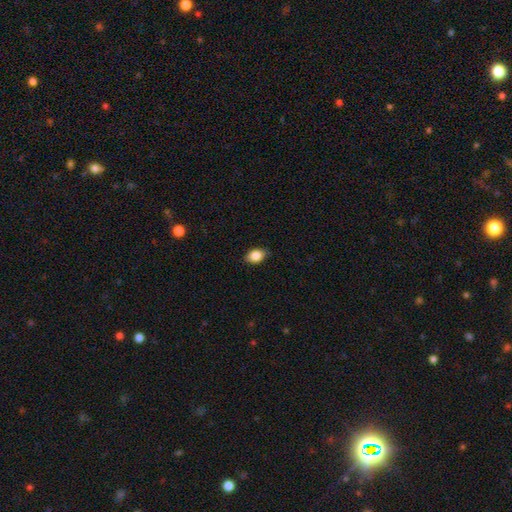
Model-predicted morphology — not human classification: Smooth or featured? Predicted: smooth (p=0.85). How rounded? Predicted: in between (p=0.80). Merging? Predicted: none (p=0.83).